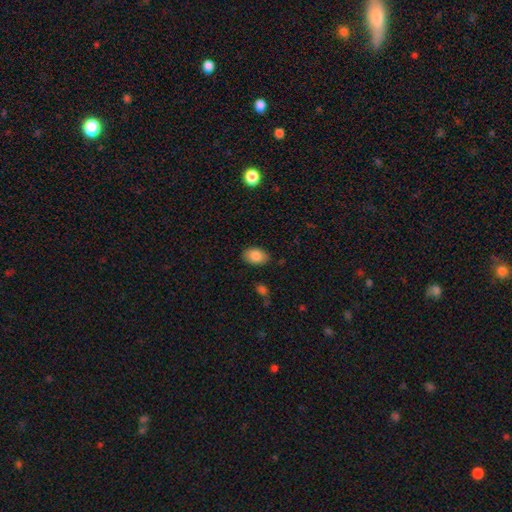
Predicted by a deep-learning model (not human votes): Smooth or featured: smooth — 86% (star or artifact — 8%)
How rounded: in between — 86% (round — 13%)
Merging: none — 85% (minor disturbance — 11%)